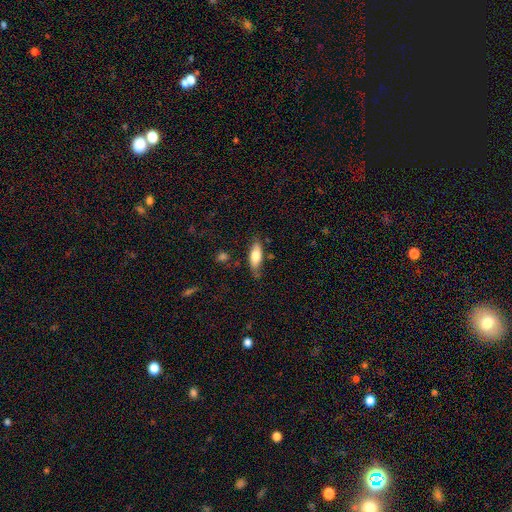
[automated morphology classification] Q: Smooth or featured?
A: smooth (73%); runner-up: featured or disk (20%)
Q: How rounded?
A: in between (70%); runner-up: cigar-shaped (28%)
Q: Merging?
A: none (70%); runner-up: minor disturbance (22%)